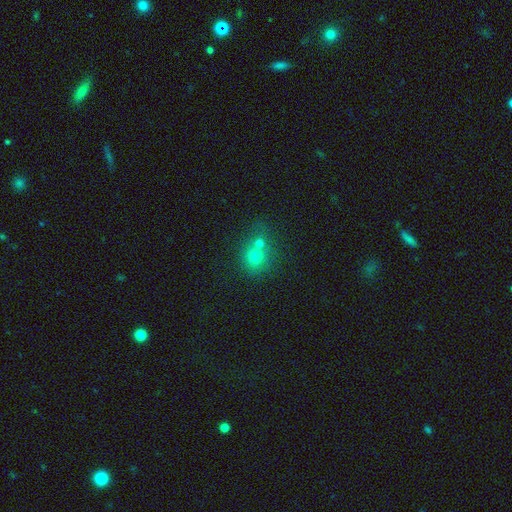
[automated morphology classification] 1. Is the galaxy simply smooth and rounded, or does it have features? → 70% smooth, 16% star or artifact, 14% featured or disk.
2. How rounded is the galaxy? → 84% round, 15% in between, 1% cigar-shaped.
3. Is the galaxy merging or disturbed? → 51% merger, 40% none, 6% minor disturbance, 3% major disturbance.